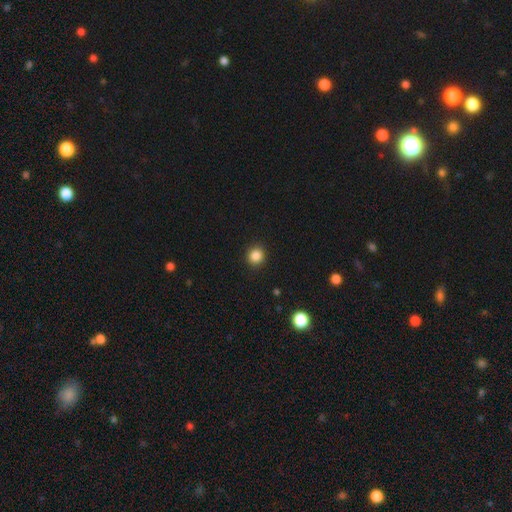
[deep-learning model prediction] smooth 86%, star or artifact 11%, featured or disk 3%. Down the decision tree: how rounded — round (92%); merging — none (92%).